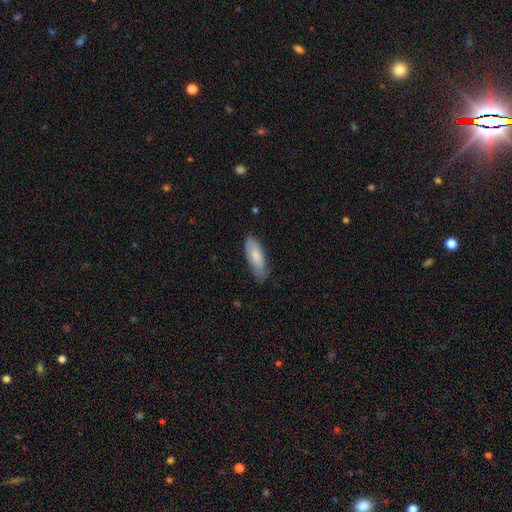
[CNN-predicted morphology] Smooth or featured? Predicted: smooth (p=0.79). How rounded? Predicted: in between (p=0.70). Merging? Predicted: none (p=0.68).